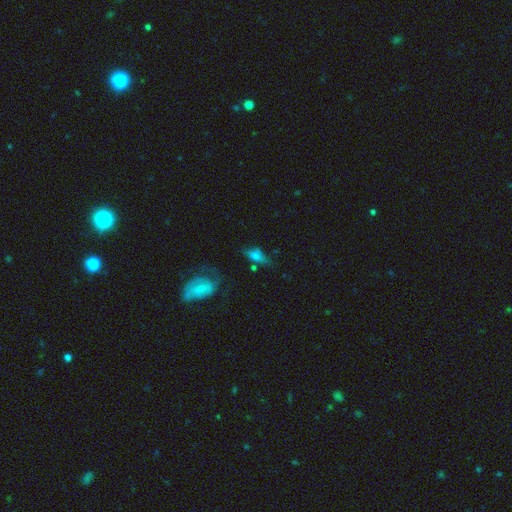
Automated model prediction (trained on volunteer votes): Smooth or featured: smooth — 55% (featured or disk — 34%)
How rounded: in between — 71% (cigar-shaped — 21%)
Merging: none — 52% (minor disturbance — 27%)